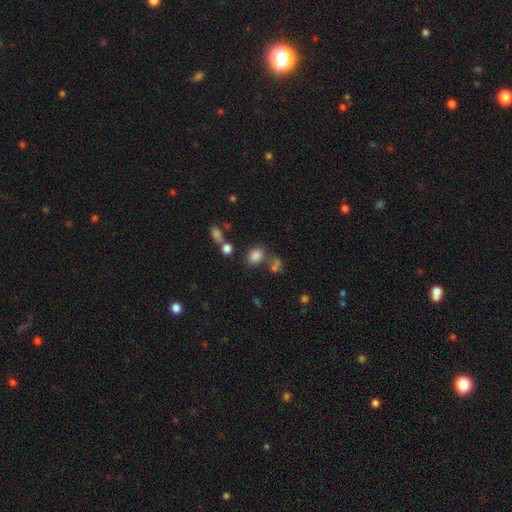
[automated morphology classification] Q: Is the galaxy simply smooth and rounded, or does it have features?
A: smooth — 81%.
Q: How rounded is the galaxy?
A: in between — 60%.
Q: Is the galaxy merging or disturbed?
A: none — 64%.